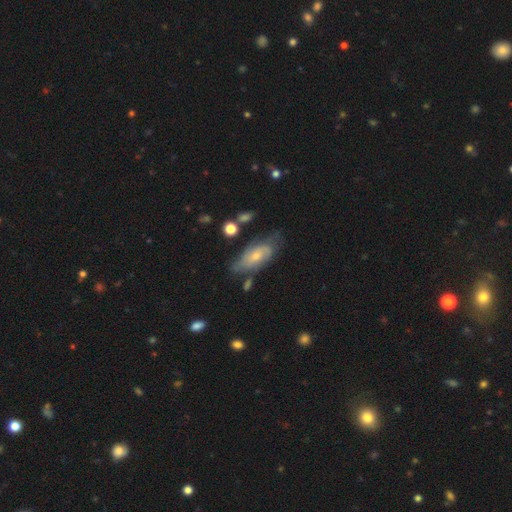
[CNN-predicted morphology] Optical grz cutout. It shows a featured or disk galaxy (59%) with no bar (69%), spiral arms (80%) and a small central bulge (52%). Merging: none (52%).